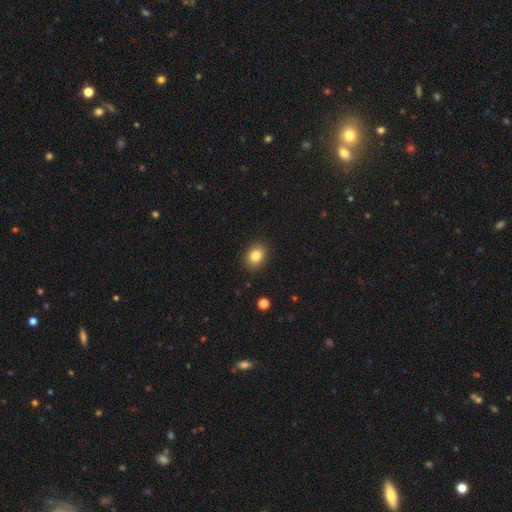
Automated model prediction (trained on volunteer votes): Smooth or featured?
  - smooth: 83% *
  - star or artifact: 10%
  - featured or disk: 7%
How rounded?
  - in between: 58% *
  - round: 41%
  - cigar-shaped: 1%
Merging?
  - none: 89% *
  - minor disturbance: 8%
  - major disturbance: 2%
  - merger: 1%